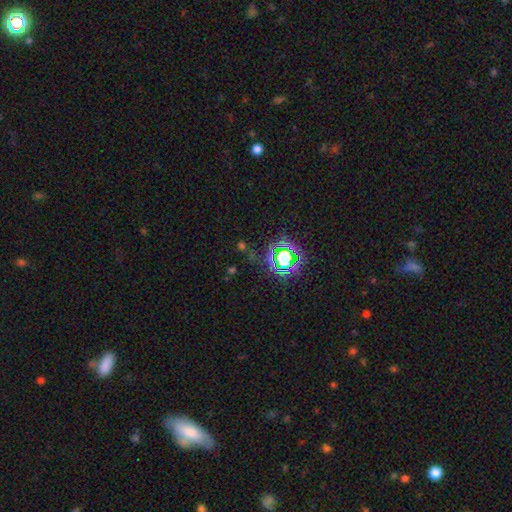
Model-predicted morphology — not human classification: Smooth or featured?
  - star or artifact: 75% *
  - smooth: 17%
  - featured or disk: 8%